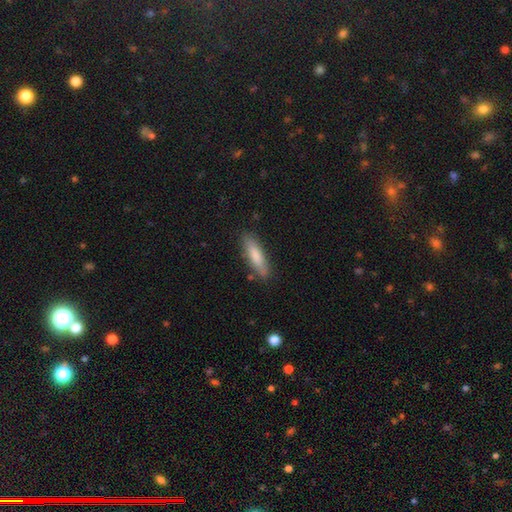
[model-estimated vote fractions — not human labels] This is clearly a smooth galaxy (80%). How rounded: likely cigar-shaped (64%). Merging: clearly none (82%).